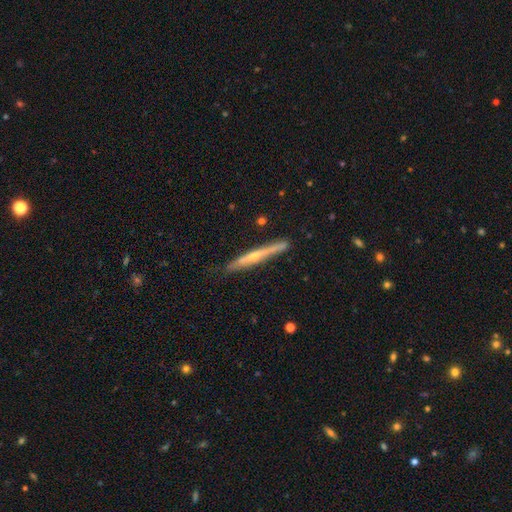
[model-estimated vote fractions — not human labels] Q: Smooth or featured?
A: featured or disk (68%); runner-up: smooth (26%)
Q: Edge-on disk?
A: yes (96%); runner-up: no (4%)
Q: Edge-on bulge?
A: rounded (65%); runner-up: none (30%)
Q: Merging?
A: none (83%); runner-up: minor disturbance (14%)